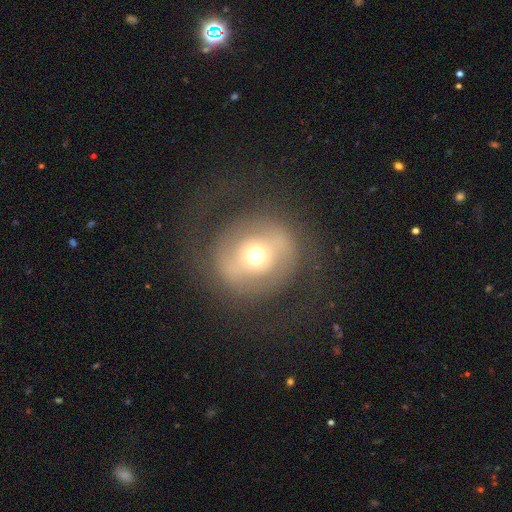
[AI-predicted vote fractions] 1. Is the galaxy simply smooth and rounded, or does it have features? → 45% featured or disk, 44% smooth, 11% star or artifact.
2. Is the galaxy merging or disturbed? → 69% none, 17% major disturbance, 13% minor disturbance, 1% merger.